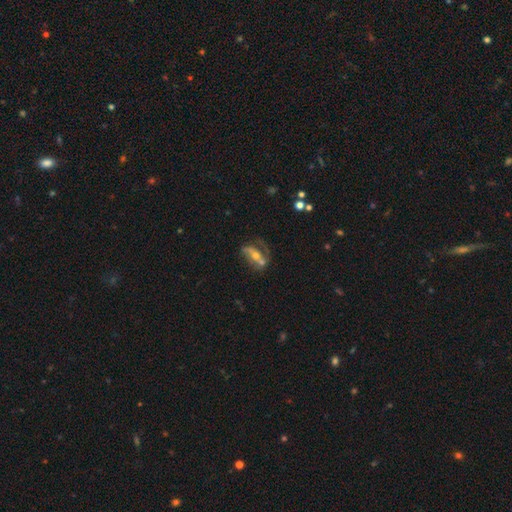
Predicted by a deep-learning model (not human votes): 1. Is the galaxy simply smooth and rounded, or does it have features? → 69% featured or disk, 22% smooth, 9% star or artifact.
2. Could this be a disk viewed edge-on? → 89% no, 11% yes.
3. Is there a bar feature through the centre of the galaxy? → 40% no, 33% strong, 27% weak.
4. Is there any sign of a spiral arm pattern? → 74% yes, 26% no.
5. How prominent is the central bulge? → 55% moderate, 38% small, 4% large, 3% none, 1% dominant.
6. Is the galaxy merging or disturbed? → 39% none, 21% merger, 20% major disturbance, 20% minor disturbance.